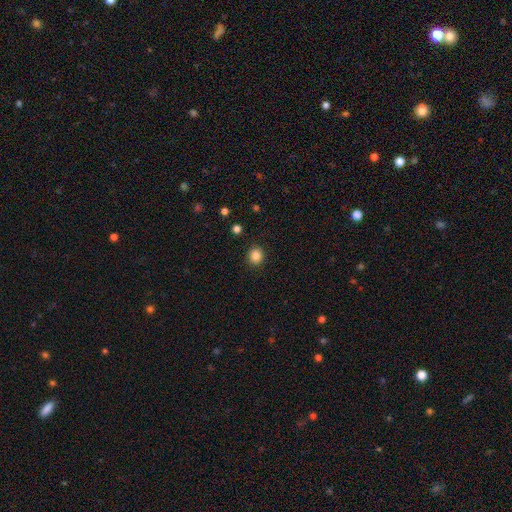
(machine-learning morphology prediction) Smooth or featured? smooth (86%)
How rounded? round (87%)
Merging? none (91%)